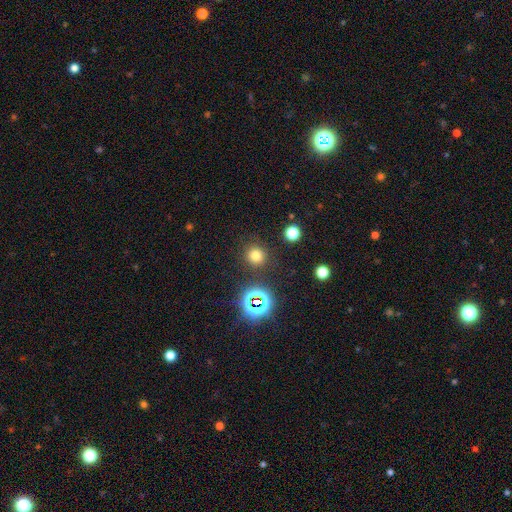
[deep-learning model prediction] A smooth galaxy with no disk features (71%) that is round (92%).

Vote fractions:
- Smooth or featured? smooth: 71% / star or artifact: 22% / featured or disk: 6%
- How rounded? round: 92% / in between: 7% / cigar-shaped: 1%
- Merging? none: 87% / minor disturbance: 7% / major disturbance: 3% / merger: 3%